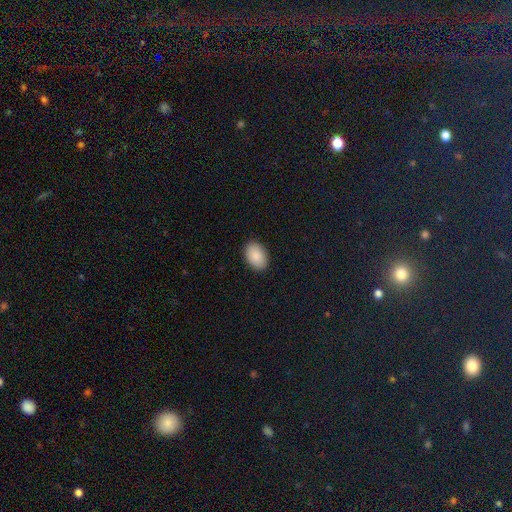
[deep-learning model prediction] Morphology: type=smooth (90%); roundness=in between (87%); merging=none (90%).